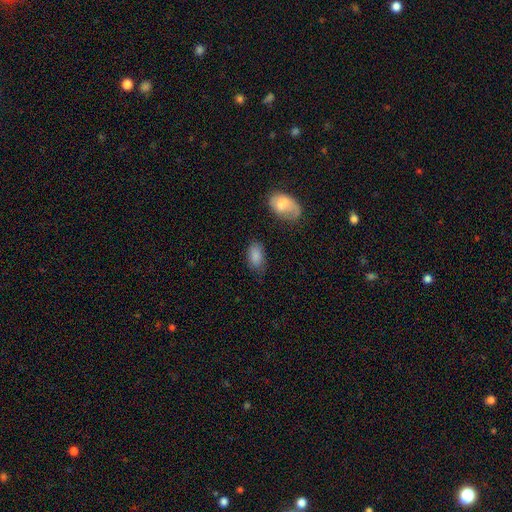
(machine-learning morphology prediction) Overall: smooth (85%). How rounded: in between (93%). Merging: none (71%).